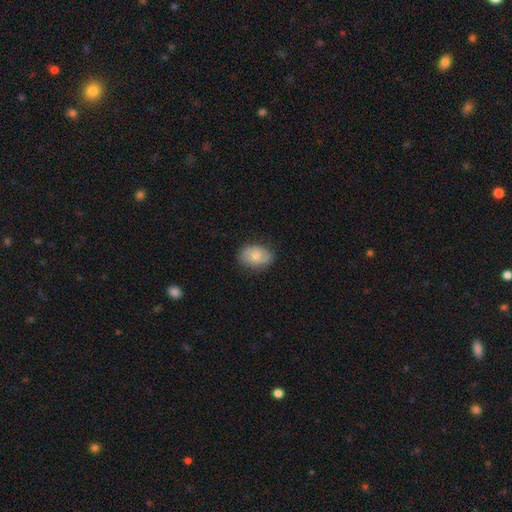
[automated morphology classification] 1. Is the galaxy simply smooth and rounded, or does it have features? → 68% smooth, 25% featured or disk, 7% star or artifact.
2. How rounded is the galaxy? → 78% in between, 21% round, 1% cigar-shaped.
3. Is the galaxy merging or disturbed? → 79% none, 17% minor disturbance, 4% major disturbance, 1% merger.